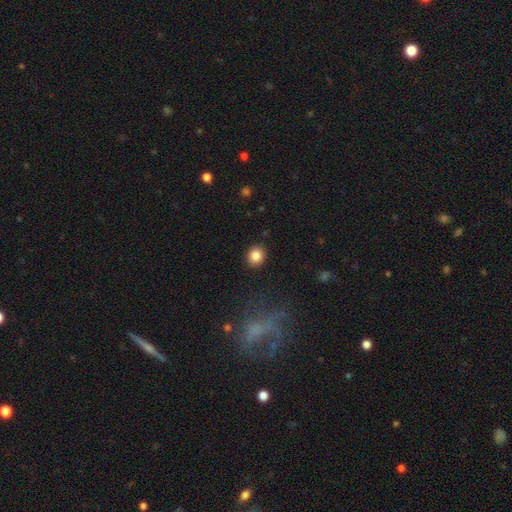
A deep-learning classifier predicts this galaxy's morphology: Smooth or featured?
  - smooth: 85% *
  - star or artifact: 10%
  - featured or disk: 5%
How rounded?
  - round: 73% *
  - in between: 26%
  - cigar-shaped: 1%
Merging?
  - none: 90% *
  - minor disturbance: 6%
  - major disturbance: 2%
  - merger: 1%